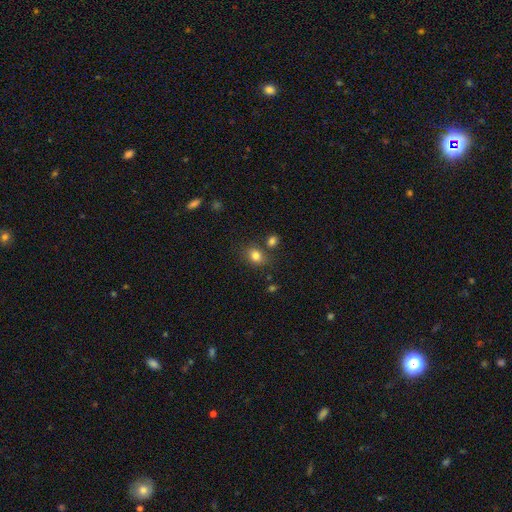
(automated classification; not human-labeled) Smooth or featured: smooth — 81% (star or artifact — 12%)
How rounded: in between — 52% (round — 47%)
Merging: none — 71% (minor disturbance — 14%)